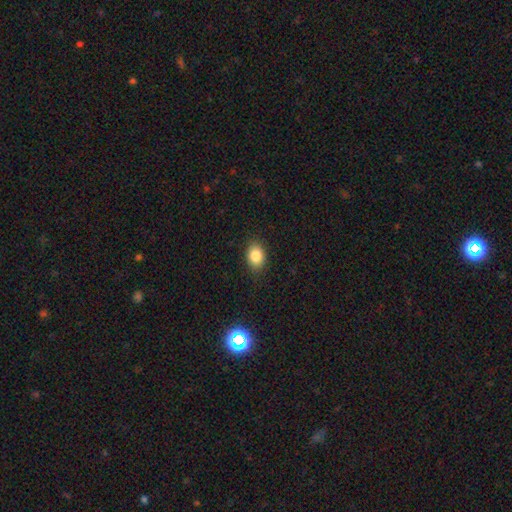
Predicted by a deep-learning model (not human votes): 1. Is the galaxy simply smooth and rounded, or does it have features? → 85% smooth, 9% star or artifact, 6% featured or disk.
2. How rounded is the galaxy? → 69% in between, 30% round, 1% cigar-shaped.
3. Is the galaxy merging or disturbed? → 86% none, 10% minor disturbance, 3% major disturbance, 1% merger.